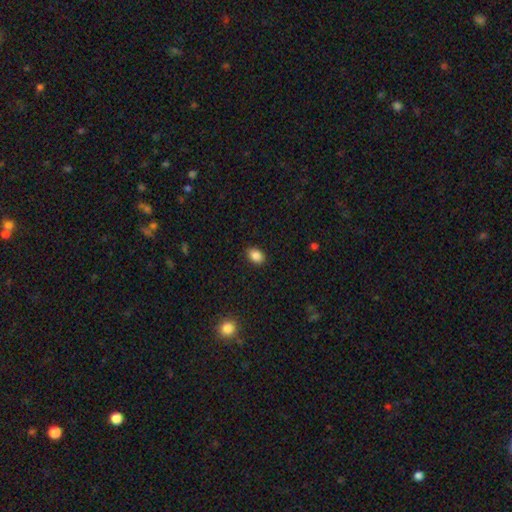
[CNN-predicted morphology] Smooth or featured? Predicted: smooth (p=0.87). How rounded? Predicted: in between (p=0.75). Merging? Predicted: none (p=0.89).